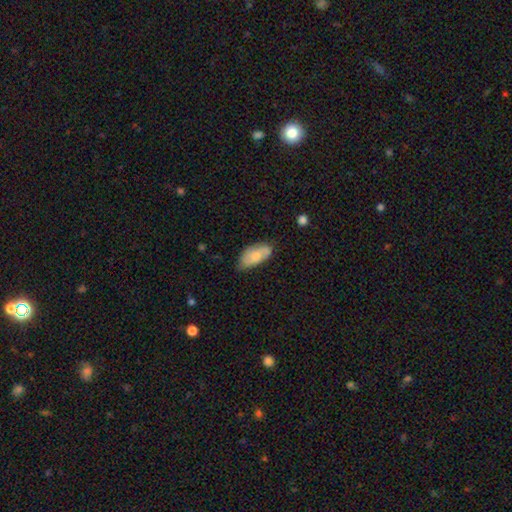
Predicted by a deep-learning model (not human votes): smooth_or_featured: smooth (p=0.63) [alt: featured or disk p=0.31]
how_rounded: in between (p=0.91) [alt: cigar-shaped p=0.06]
merging: none (p=0.62) [alt: minor disturbance p=0.29]